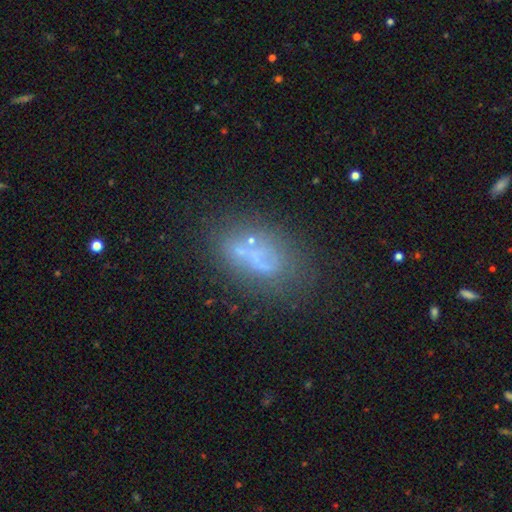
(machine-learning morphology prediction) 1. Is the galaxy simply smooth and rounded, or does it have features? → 42% featured or disk, 39% smooth, 19% star or artifact.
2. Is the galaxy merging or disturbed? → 53% none, 19% minor disturbance, 15% major disturbance, 13% merger.